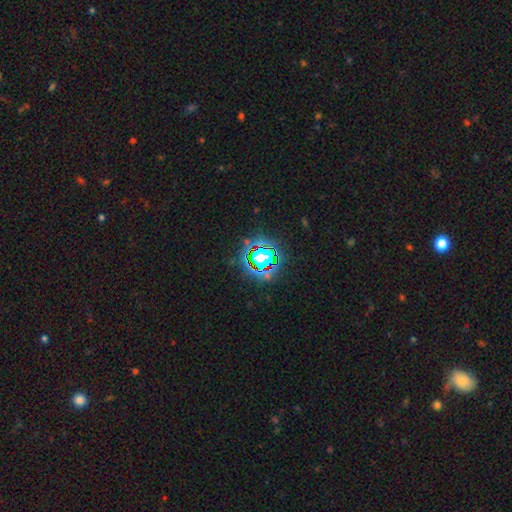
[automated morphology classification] Smooth or featured? star or artifact (68%)